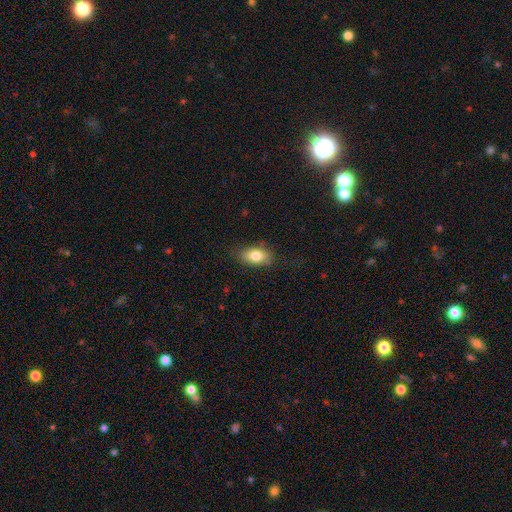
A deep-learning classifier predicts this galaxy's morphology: The model was most divided on "merging": none: 74%, minor disturbance: 19%, major disturbance: 5%, merger: 1%. More confident: how rounded — in between (86%); smooth or featured — smooth (78%).